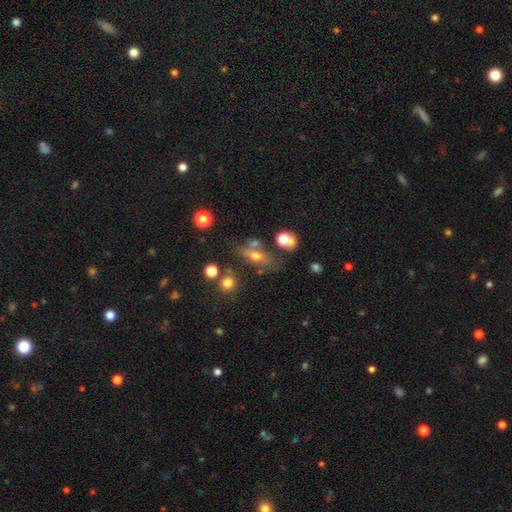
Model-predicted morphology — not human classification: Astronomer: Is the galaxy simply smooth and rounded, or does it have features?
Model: smooth — 56%.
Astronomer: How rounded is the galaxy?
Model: in between — 69%.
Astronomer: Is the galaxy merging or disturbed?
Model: none — 48%.